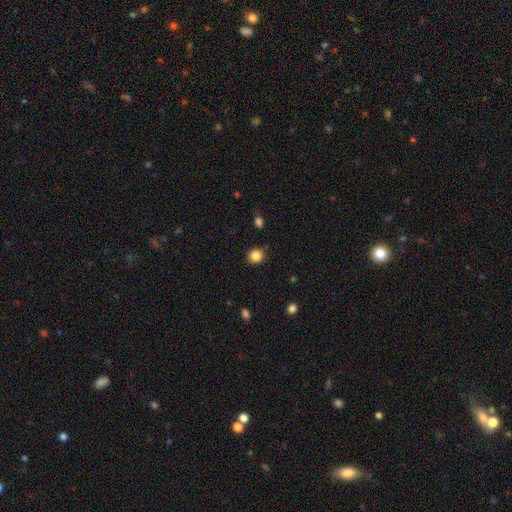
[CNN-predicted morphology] A smooth galaxy with no disk features (85%) that is round (80%).

Vote fractions:
- Smooth or featured? smooth: 85% / star or artifact: 11% / featured or disk: 5%
- How rounded? round: 80% / in between: 19% / cigar-shaped: 1%
- Merging? none: 88% / minor disturbance: 8% / major disturbance: 2% / merger: 2%